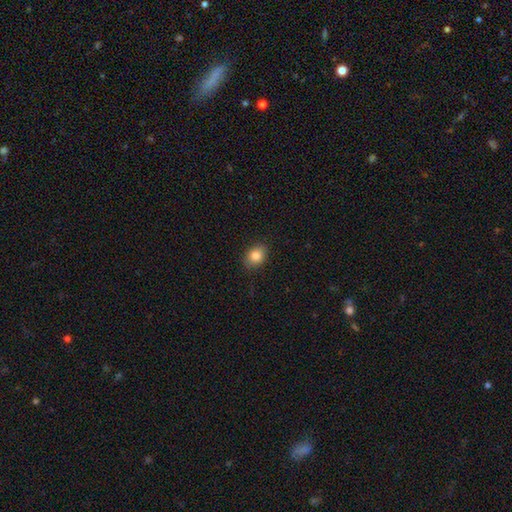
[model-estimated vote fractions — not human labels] Smooth or featured: smooth — 84% (star or artifact — 9%)
How rounded: in between — 62% (round — 37%)
Merging: none — 87% (minor disturbance — 10%)